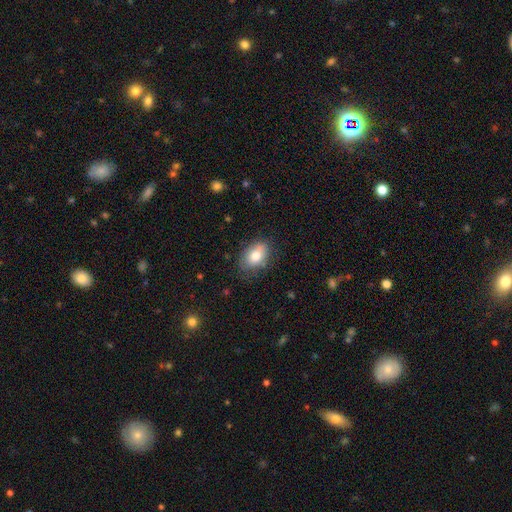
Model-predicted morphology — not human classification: Smooth or featured: smooth — 80% (featured or disk — 13%)
How rounded: in between — 86% (round — 13%)
Merging: none — 71% (minor disturbance — 22%)